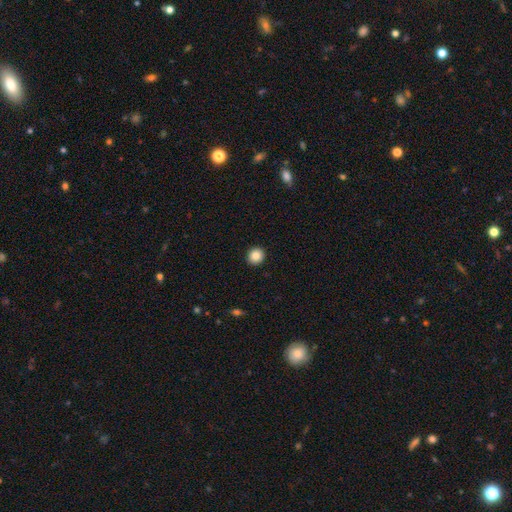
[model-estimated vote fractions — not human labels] Morphology: type=smooth (86%); roundness=round (89%); merging=none (93%).